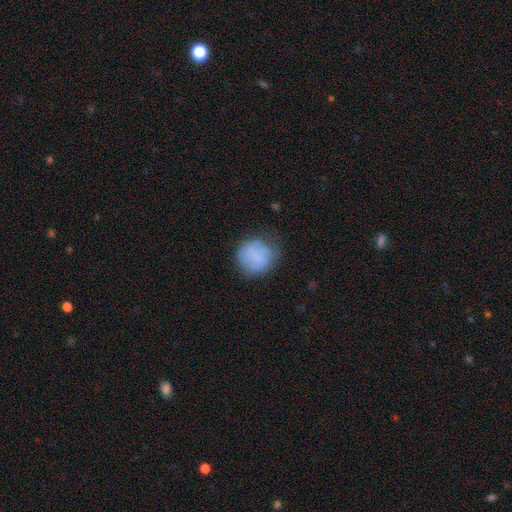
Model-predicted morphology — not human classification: This appears to be a smooth galaxy with no disk features (78%) that is round (87%). Merging: none (62%).